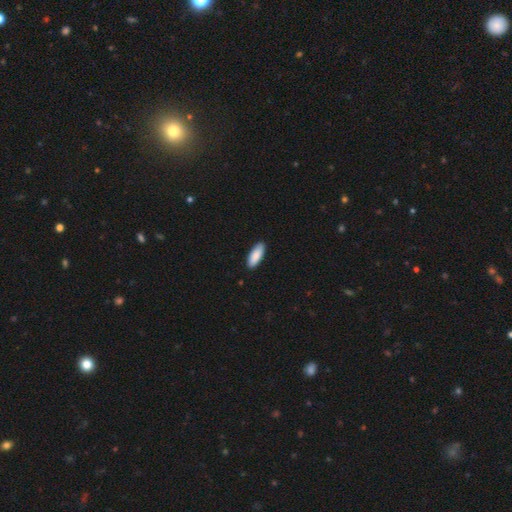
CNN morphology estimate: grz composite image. It shows a smooth galaxy with no disk features (89%) that is in between round and cigar-shaped (72%). Merging: none (89%).